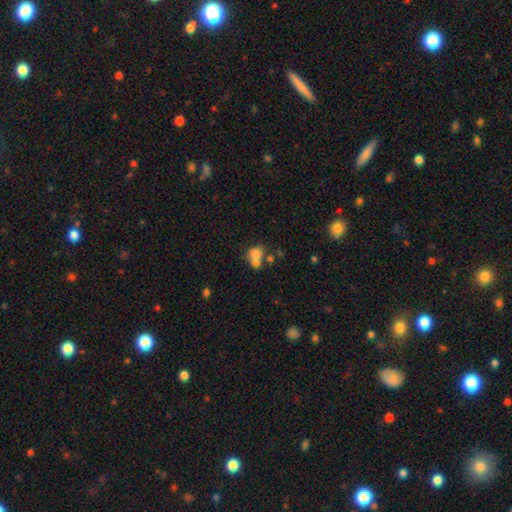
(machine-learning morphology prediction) A smooth galaxy with no disk features (69%) that is round (50%).

Vote fractions:
- Smooth or featured? smooth: 69% / featured or disk: 18% / star or artifact: 12%
- How rounded? round: 50% / in between: 48% / cigar-shaped: 1%
- Merging? merger: 61% / none: 25% / minor disturbance: 8% / major disturbance: 6%